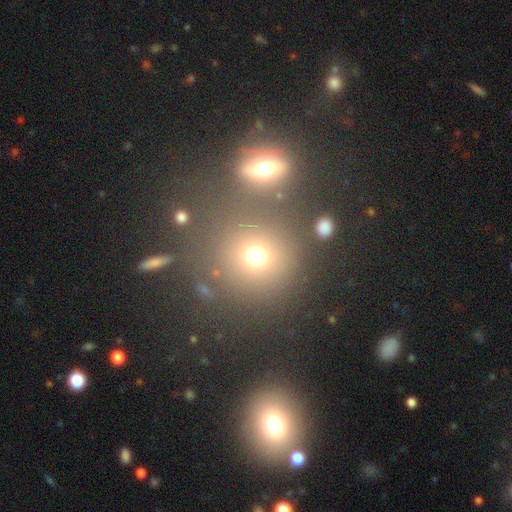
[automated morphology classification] A smooth galaxy with no disk features (69%) that is round (90%). Merging: none (66%).